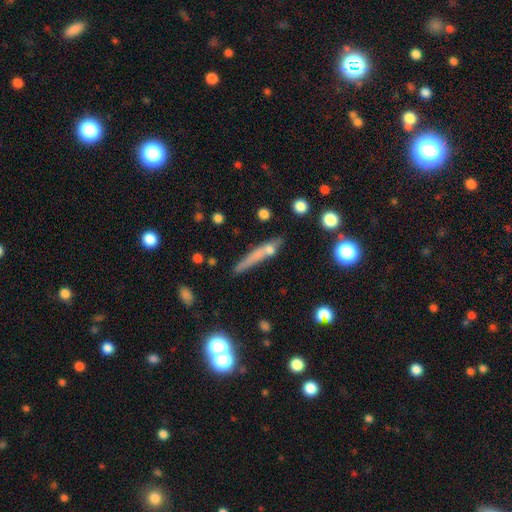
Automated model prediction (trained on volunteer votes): This appears to be a smooth galaxy with no disk features (55%) that is cigar-shaped (89%). Merging: none (62%).